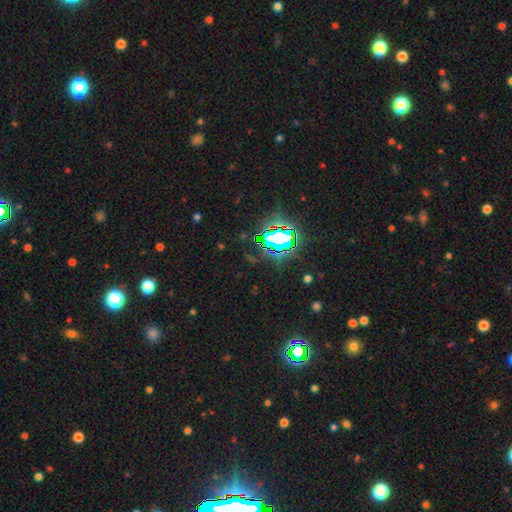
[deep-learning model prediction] A star or artifact, not a galaxy (81%).